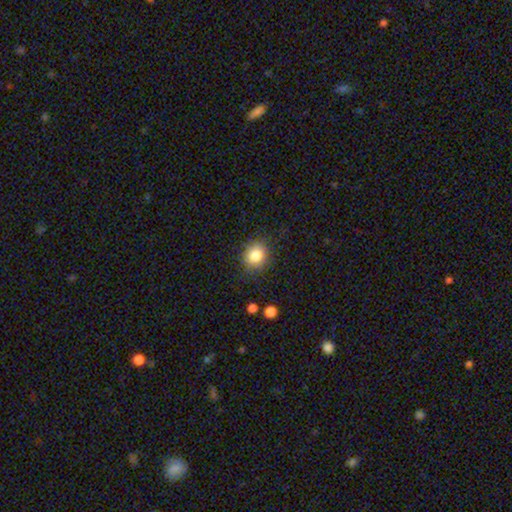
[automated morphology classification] smooth_or_featured: smooth (p=0.83) [alt: star or artifact p=0.10]
how_rounded: round (p=0.71) [alt: in between p=0.28]
merging: none (p=0.84) [alt: minor disturbance p=0.11]